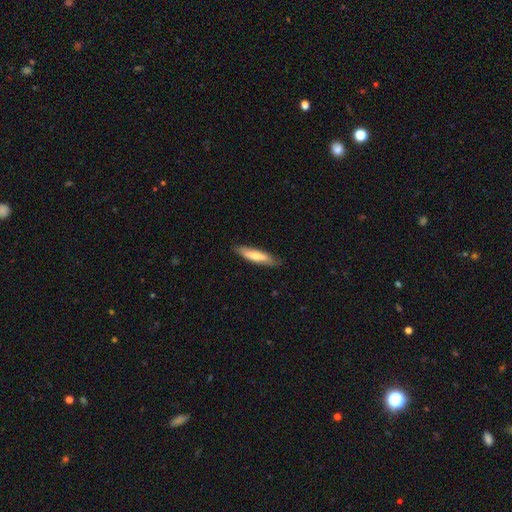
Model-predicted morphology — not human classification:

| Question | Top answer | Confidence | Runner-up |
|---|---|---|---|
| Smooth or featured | smooth | 67% | featured or disk (27%) |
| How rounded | cigar-shaped | 76% | in between (23%) |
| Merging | none | 83% | minor disturbance (13%) |